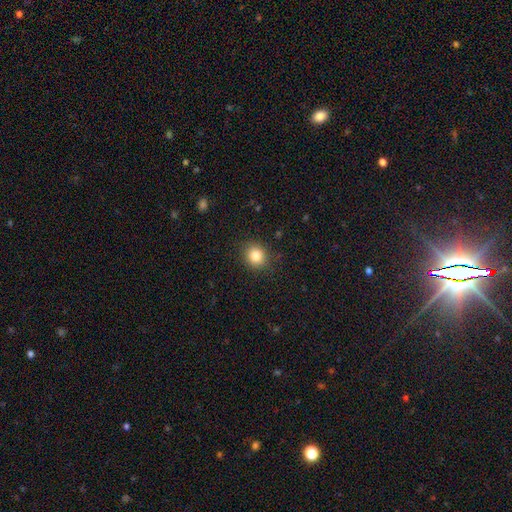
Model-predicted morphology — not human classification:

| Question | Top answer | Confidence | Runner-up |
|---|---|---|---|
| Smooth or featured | smooth | 83% | star or artifact (11%) |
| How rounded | round | 80% | in between (20%) |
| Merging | none | 89% | minor disturbance (8%) |